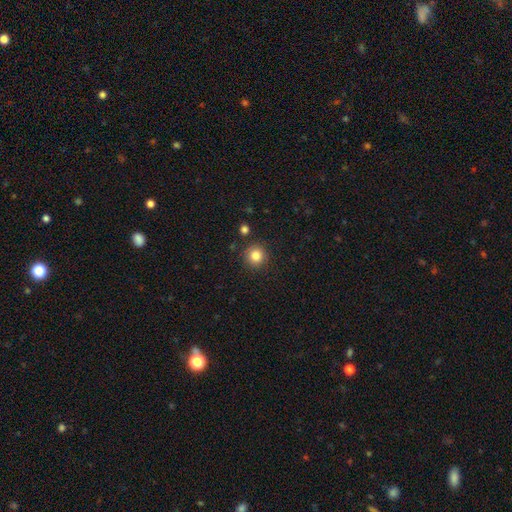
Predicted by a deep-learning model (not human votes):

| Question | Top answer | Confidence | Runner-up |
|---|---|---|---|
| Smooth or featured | smooth | 83% | star or artifact (11%) |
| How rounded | round | 94% | in between (5%) |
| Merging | none | 88% | minor disturbance (7%) |